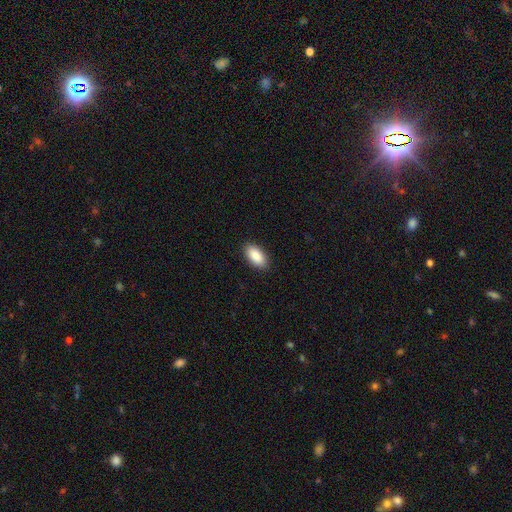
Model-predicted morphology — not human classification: Q: Smooth or featured?
A: smooth (90%); runner-up: star or artifact (6%)
Q: How rounded?
A: in between (94%); runner-up: cigar-shaped (4%)
Q: Merging?
A: none (90%); runner-up: minor disturbance (7%)